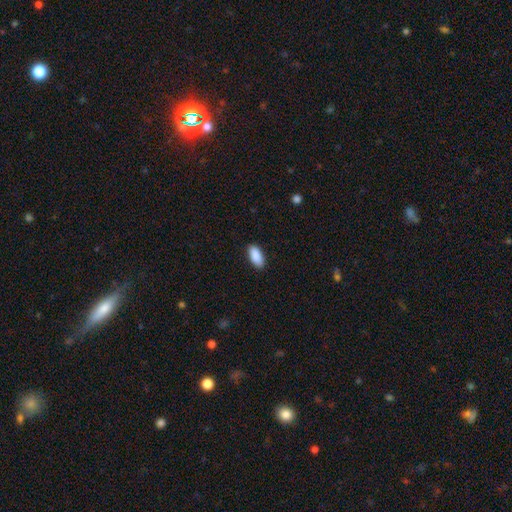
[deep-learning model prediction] Q: Smooth or featured?
A: smooth (90%); runner-up: star or artifact (6%)
Q: How rounded?
A: in between (90%); runner-up: cigar-shaped (8%)
Q: Merging?
A: none (88%); runner-up: minor disturbance (9%)